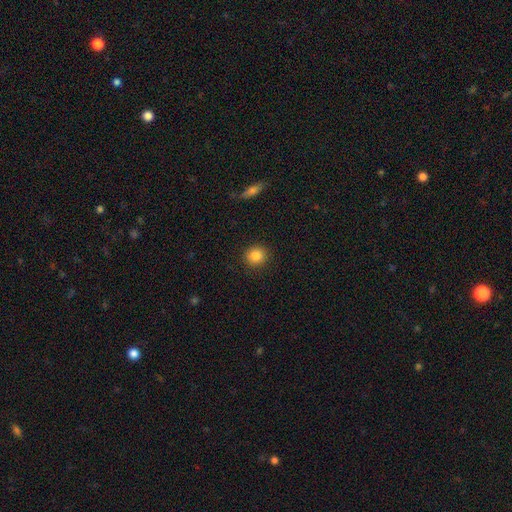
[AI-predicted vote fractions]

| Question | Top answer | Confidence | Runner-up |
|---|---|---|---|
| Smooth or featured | smooth | 85% | star or artifact (10%) |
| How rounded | round | 86% | in between (13%) |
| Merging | none | 91% | minor disturbance (6%) |